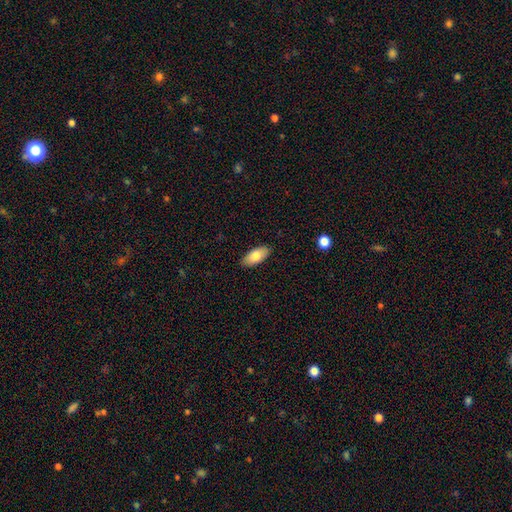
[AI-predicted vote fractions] smooth 80%, featured or disk 13%, star or artifact 7%. Down the decision tree: how rounded — in between (90%); merging — none (89%).